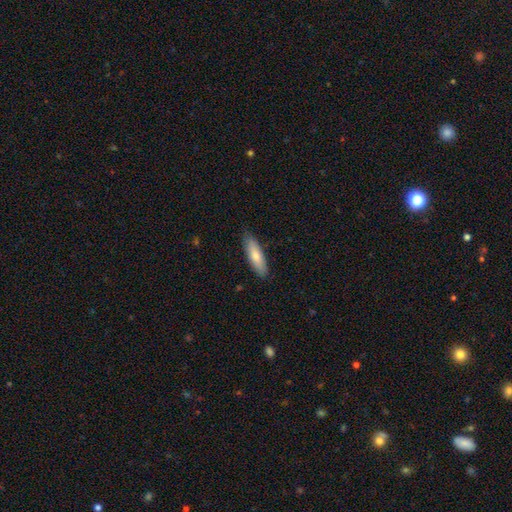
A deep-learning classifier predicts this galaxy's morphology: type=smooth (75%); roundness=cigar-shaped (55%); merging=none (86%).